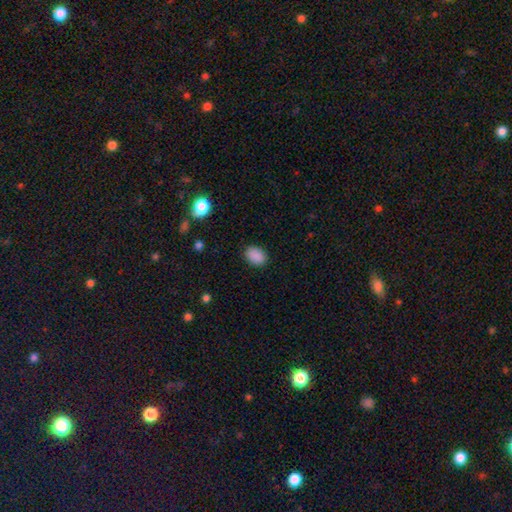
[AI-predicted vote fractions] Smooth or featured? smooth (88%)
How rounded? in between (78%)
Merging? none (87%)